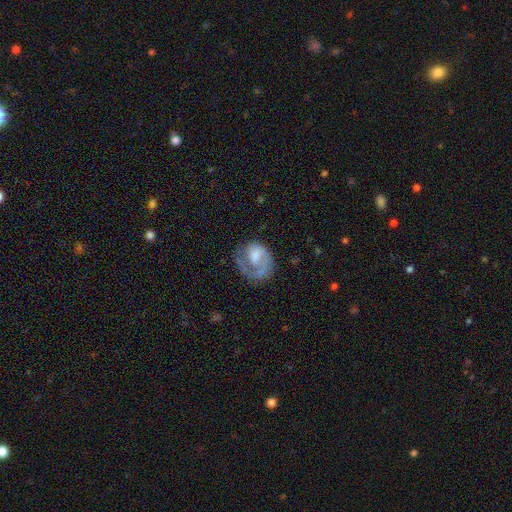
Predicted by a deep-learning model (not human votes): Smooth or featured?
  - featured or disk: 64% *
  - smooth: 29%
  - star or artifact: 7%
Edge-on disk?
  - no: 98% *
  - yes: 2%
Bar?
  - no: 69% *
  - weak: 26%
  - strong: 5%
Spiral arms?
  - yes: 78% *
  - no: 22%
Bulge size?
  - moderate: 38% *
  - large: 22%
  - small: 21%
  - none: 16%
  - dominant: 3%
Merging?
  - none: 50% *
  - major disturbance: 28%
  - minor disturbance: 19%
  - merger: 3%